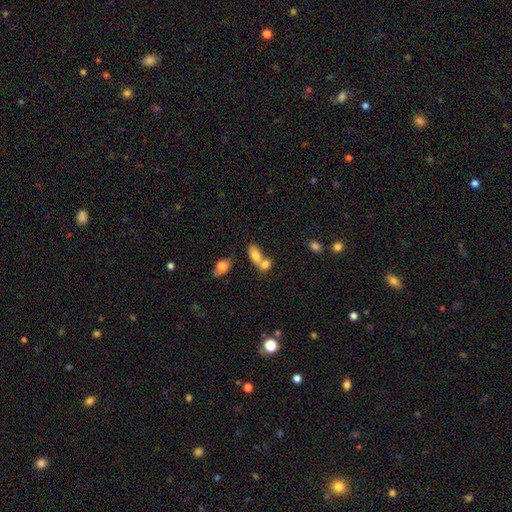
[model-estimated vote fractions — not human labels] Overall: smooth (76%). How rounded: in between (81%). Merging: merger (63%; none 26%).